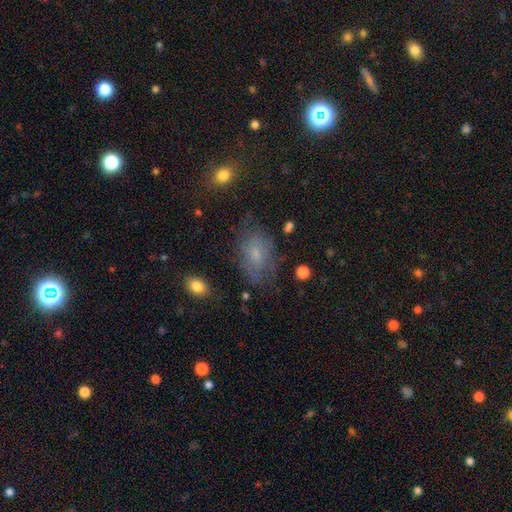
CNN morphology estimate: Q: Smooth or featured?
A: smooth (55%); runner-up: featured or disk (32%)
Q: How rounded?
A: in between (85%); runner-up: round (13%)
Q: Merging?
A: none (59%); runner-up: minor disturbance (25%)